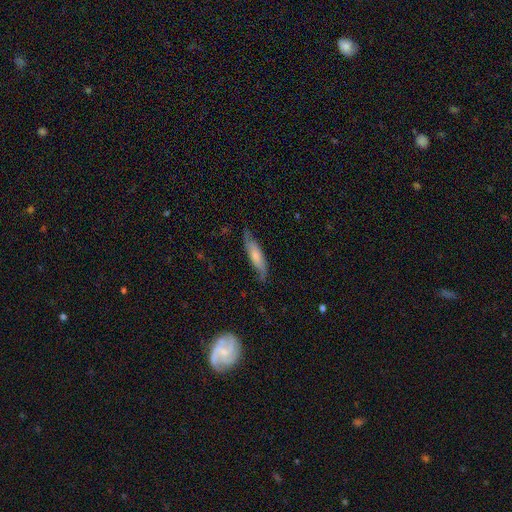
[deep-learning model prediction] Q: Smooth or featured?
A: smooth (55%); runner-up: featured or disk (39%)
Q: How rounded?
A: cigar-shaped (72%); runner-up: in between (26%)
Q: Merging?
A: none (73%); runner-up: minor disturbance (21%)